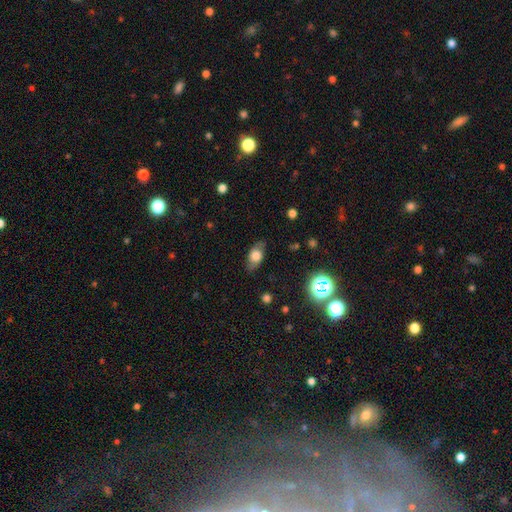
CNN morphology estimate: smooth-or-featured: smooth: 66% | featured or disk: 24% | star or artifact: 10%
  how-rounded: in between: 85% | round: 9% | cigar-shaped: 6%
  merging: none: 79% | minor disturbance: 16% | major disturbance: 4% | merger: 1%